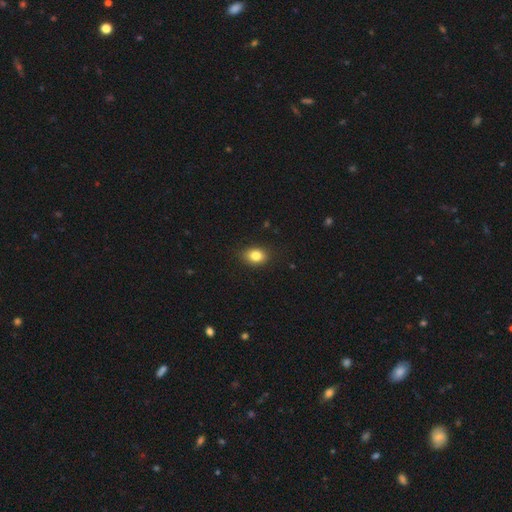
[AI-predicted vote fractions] Smooth or featured?
  - smooth: 83% *
  - star or artifact: 10%
  - featured or disk: 7%
How rounded?
  - in between: 67% *
  - round: 32%
  - cigar-shaped: 1%
Merging?
  - none: 87% *
  - minor disturbance: 10%
  - major disturbance: 2%
  - merger: 1%